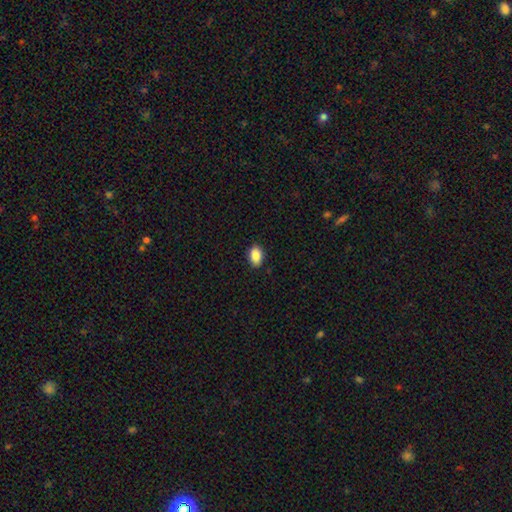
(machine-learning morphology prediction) Smooth or featured? Predicted: smooth (p=0.86). How rounded? Predicted: in between (p=0.84). Merging? Predicted: none (p=0.89).